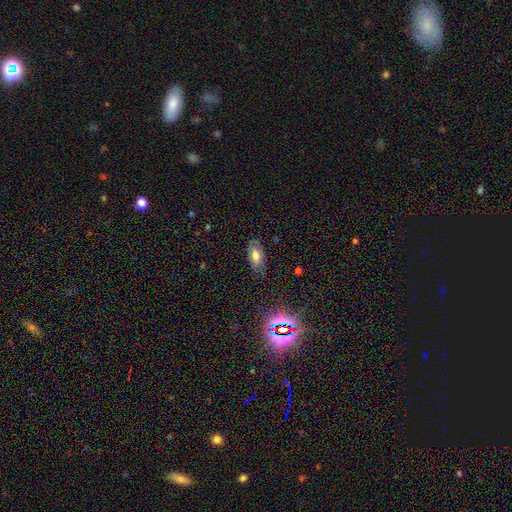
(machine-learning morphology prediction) type=smooth (67%); roundness=in between (90%); merging=none (79%).